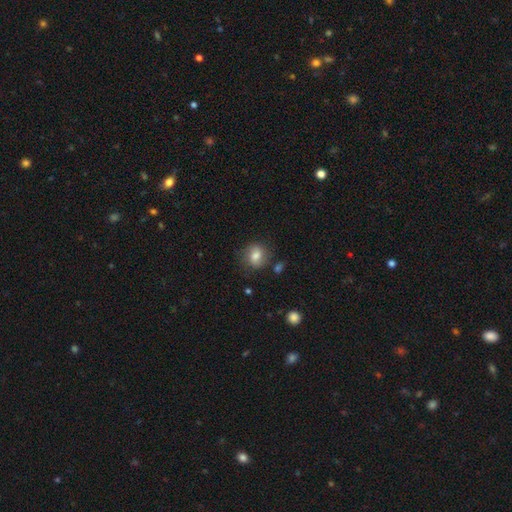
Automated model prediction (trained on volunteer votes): Smooth or featured?
  - smooth: 74% *
  - featured or disk: 17%
  - star or artifact: 9%
How rounded?
  - round: 67% *
  - in between: 32%
  - cigar-shaped: 1%
Merging?
  - none: 74% *
  - minor disturbance: 17%
  - major disturbance: 6%
  - merger: 3%